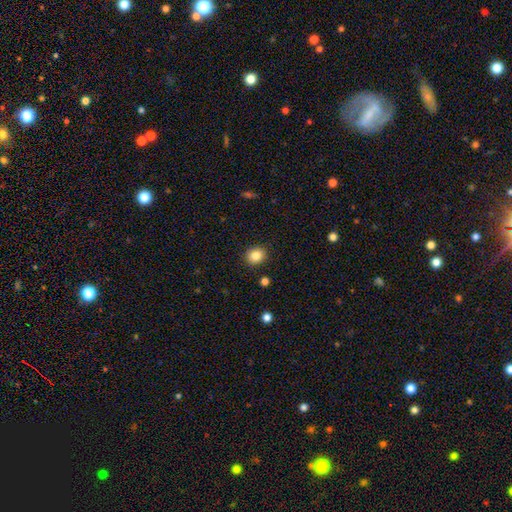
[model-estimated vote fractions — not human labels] The model was most divided on "how rounded": round: 68%, in between: 31%, cigar-shaped: 1%. More confident: merging — none (90%); smooth or featured — smooth (84%).